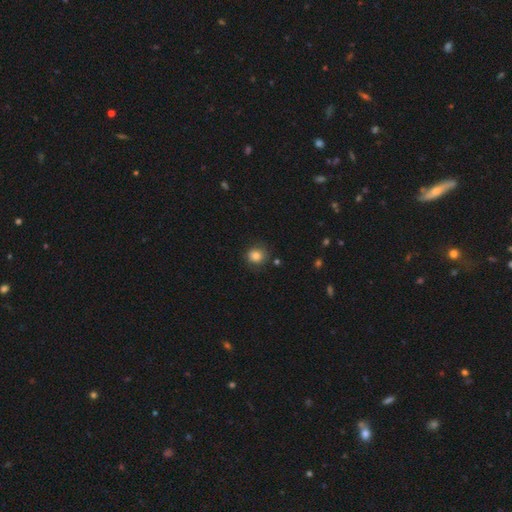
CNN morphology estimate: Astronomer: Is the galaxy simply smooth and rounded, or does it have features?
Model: smooth — 83%.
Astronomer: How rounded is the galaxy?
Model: round — 85%.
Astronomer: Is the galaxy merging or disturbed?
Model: none — 80%.